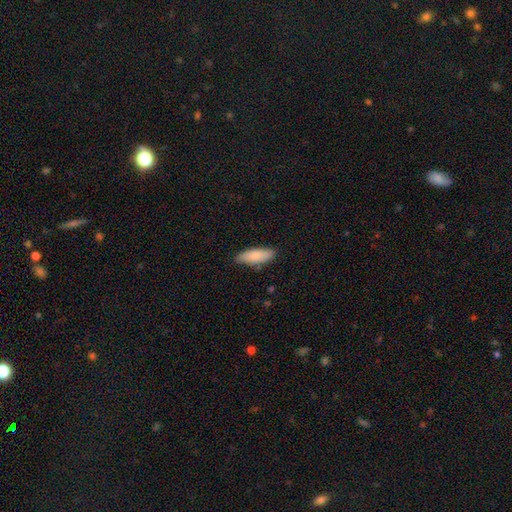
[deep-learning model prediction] A smooth galaxy with no disk features (85%) that is in between round and cigar-shaped (68%).

Vote fractions:
- Smooth or featured? smooth: 85% / featured or disk: 9% / star or artifact: 6%
- How rounded? in between: 68% / cigar-shaped: 31% / round: 2%
- Merging? none: 83% / minor disturbance: 14% / major disturbance: 2% / merger: 1%